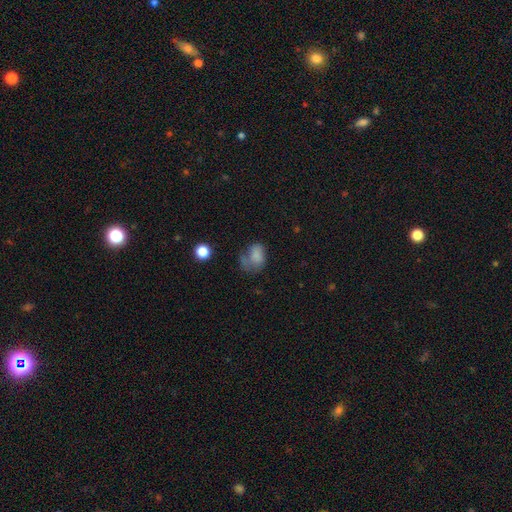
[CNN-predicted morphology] This appears to be a smooth galaxy with no disk features (71%) that is in between round and cigar-shaped (69%). Merging: none (33%).